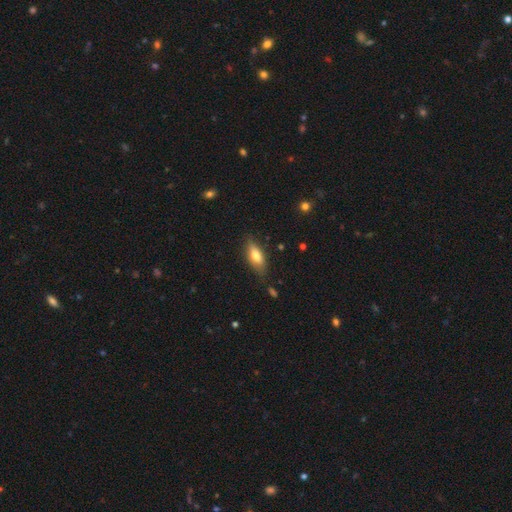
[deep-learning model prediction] Smooth or featured? Predicted: smooth (p=0.67). How rounded? Predicted: in between (p=0.72). Merging? Predicted: none (p=0.77).